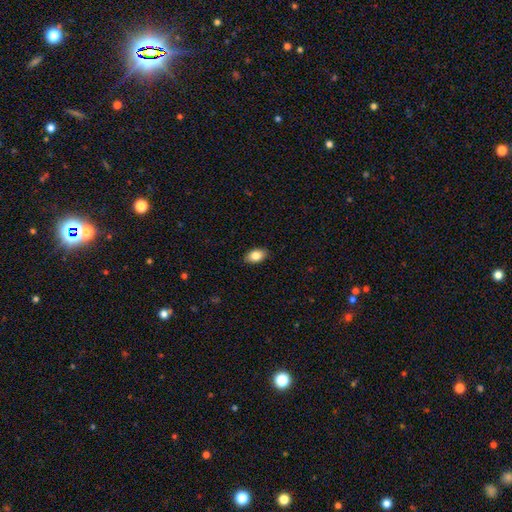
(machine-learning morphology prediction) Q: Smooth or featured?
A: smooth (83%); runner-up: featured or disk (9%)
Q: How rounded?
A: in between (89%); runner-up: round (9%)
Q: Merging?
A: none (88%); runner-up: minor disturbance (9%)